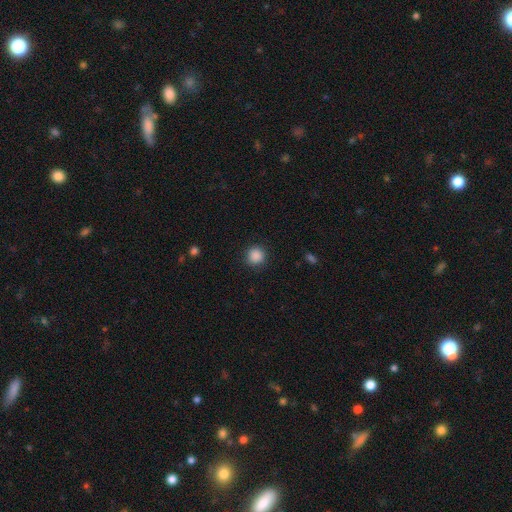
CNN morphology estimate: smooth-or-featured: smooth: 88% | star or artifact: 10% | featured or disk: 2%
  how-rounded: round: 94% | in between: 5% | cigar-shaped: 1%
  merging: none: 90% | minor disturbance: 6% | major disturbance: 2% | merger: 1%